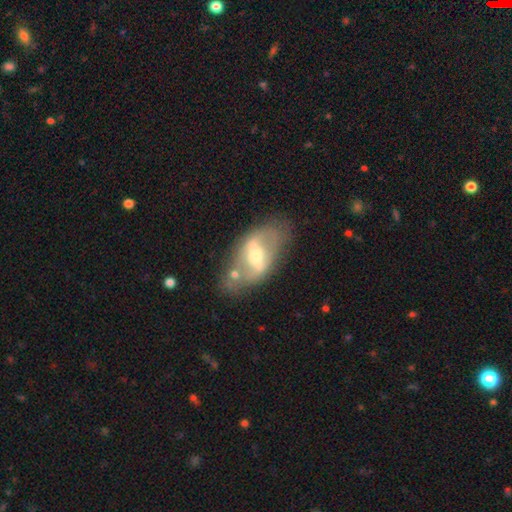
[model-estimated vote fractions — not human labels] smooth_or_featured: featured or disk (p=0.69) [alt: smooth p=0.24]
disk_edge_on: no (p=0.85) [alt: yes p=0.15]
bar: strong (p=0.59) [alt: weak p=0.27]
has_spiral_arms: no (p=0.67) [alt: yes p=0.33]
bulge_size: moderate (p=0.62) [alt: small p=0.24]
merging: none (p=0.63) [alt: minor disturbance p=0.19]